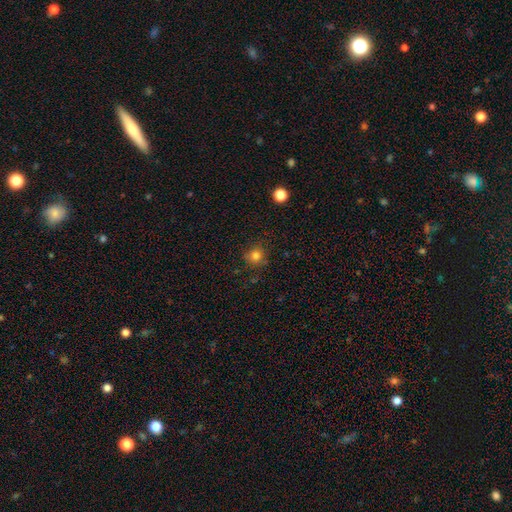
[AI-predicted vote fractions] This appears to be a smooth galaxy with no disk features (81%) that is round (89%). Merging: none (82%).